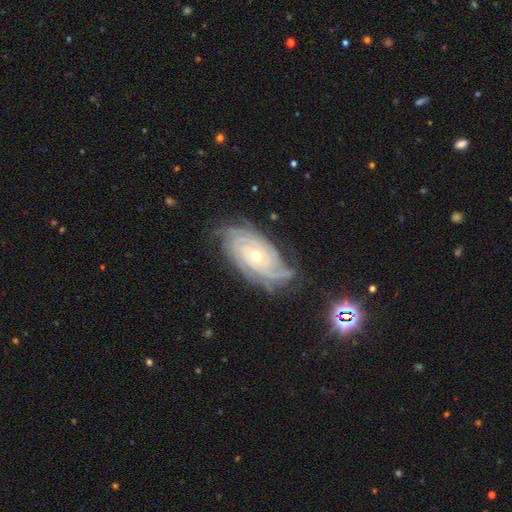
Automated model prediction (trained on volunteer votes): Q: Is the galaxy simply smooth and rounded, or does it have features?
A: featured or disk — 90%.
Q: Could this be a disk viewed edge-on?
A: no — 96%.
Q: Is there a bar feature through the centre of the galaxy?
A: no — 72%.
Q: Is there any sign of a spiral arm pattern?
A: yes — 98%.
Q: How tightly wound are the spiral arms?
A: tight — 84%.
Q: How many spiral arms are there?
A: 4 — 30%.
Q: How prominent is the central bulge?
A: small — 53%.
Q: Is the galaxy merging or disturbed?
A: none — 74%.